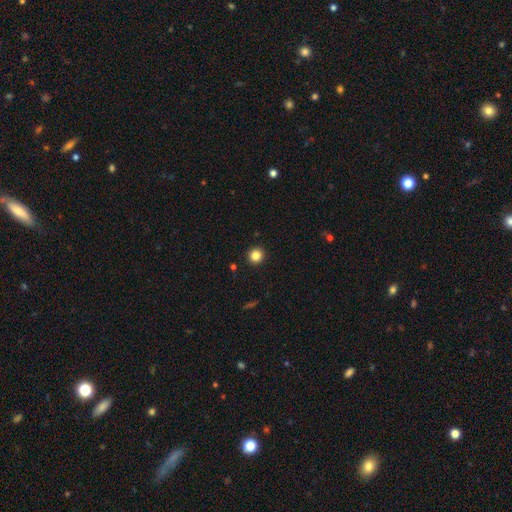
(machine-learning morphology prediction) smooth_or_featured: smooth (p=0.84) [alt: star or artifact p=0.11]
how_rounded: round (p=0.94) [alt: in between p=0.05]
merging: none (p=0.93) [alt: minor disturbance p=0.04]